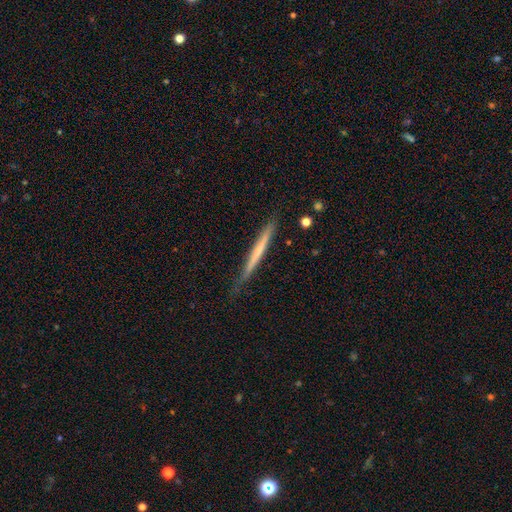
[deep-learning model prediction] The model was most divided on "smooth or featured": featured or disk: 49%, smooth: 45%, star or artifact: 6%. More confident: merging — none (81%).